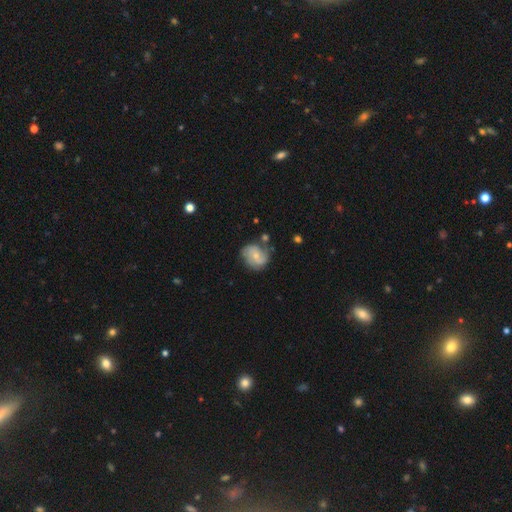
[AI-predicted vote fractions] Q: Smooth or featured?
A: featured or disk (60%); runner-up: smooth (33%)
Q: Edge-on disk?
A: no (97%); runner-up: yes (3%)
Q: Bar?
A: no (61%); runner-up: weak (33%)
Q: Spiral arms?
A: yes (82%); runner-up: no (18%)
Q: Bulge size?
A: small (59%); runner-up: moderate (36%)
Q: Merging?
A: none (60%); runner-up: minor disturbance (24%)